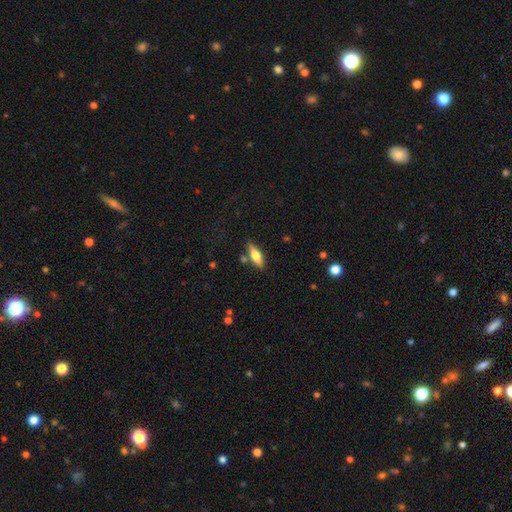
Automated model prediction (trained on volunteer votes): smooth-or-featured: smooth: 61% | featured or disk: 32% | star or artifact: 6%
  how-rounded: in between: 53% | cigar-shaped: 45% | round: 2%
  merging: none: 79% | minor disturbance: 12% | merger: 6% | major disturbance: 3%